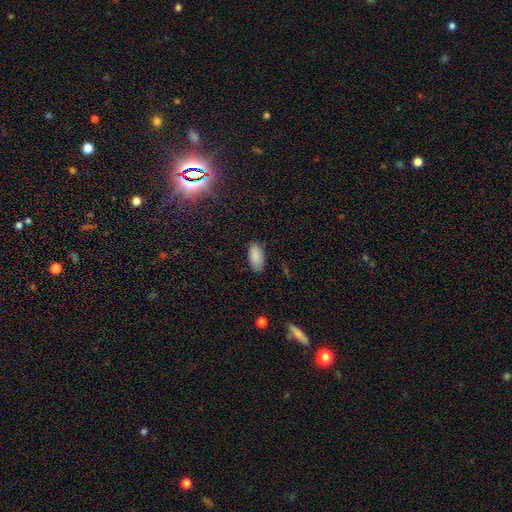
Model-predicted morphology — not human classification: A smooth galaxy with no disk features (88%) that is in between round and cigar-shaped (92%).

Vote fractions:
- Smooth or featured? smooth: 88% / star or artifact: 7% / featured or disk: 4%
- How rounded? in between: 92% / cigar-shaped: 6% / round: 2%
- Merging? none: 84% / minor disturbance: 13% / major disturbance: 3% / merger: 1%